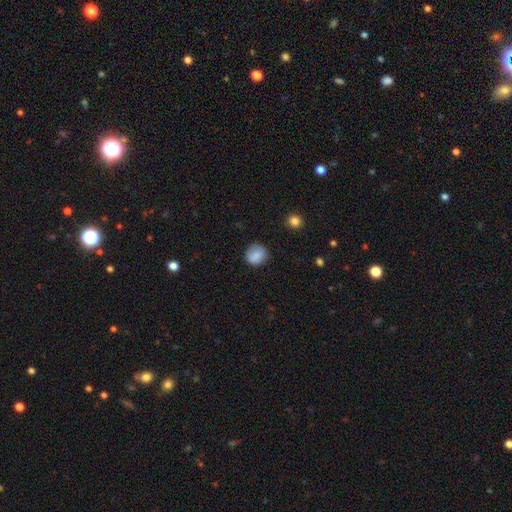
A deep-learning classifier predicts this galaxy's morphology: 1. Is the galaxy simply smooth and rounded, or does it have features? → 85% smooth, 8% star or artifact, 7% featured or disk.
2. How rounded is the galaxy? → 87% round, 12% in between, 1% cigar-shaped.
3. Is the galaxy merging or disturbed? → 83% none, 13% minor disturbance, 3% major disturbance, 1% merger.